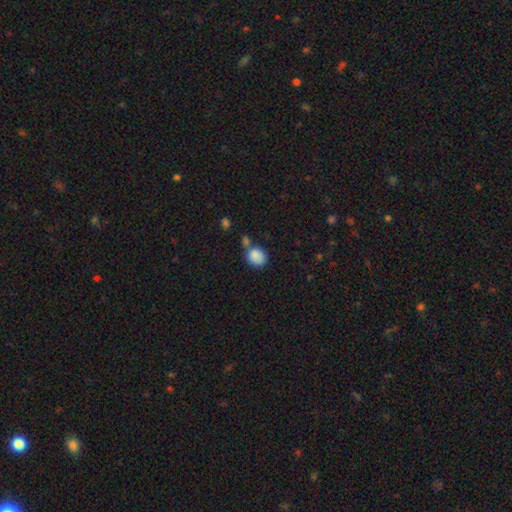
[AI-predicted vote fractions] Q: Smooth or featured?
A: smooth (86%); runner-up: star or artifact (8%)
Q: How rounded?
A: round (66%); runner-up: in between (33%)
Q: Merging?
A: none (54%); runner-up: merger (24%)